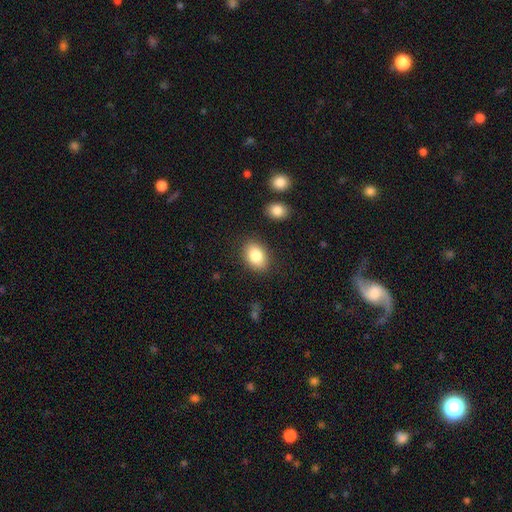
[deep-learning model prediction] smooth_or_featured: smooth (p=0.84) [alt: featured or disk p=0.09]
how_rounded: in between (p=0.78) [alt: round p=0.21]
merging: none (p=0.85) [alt: minor disturbance p=0.10]